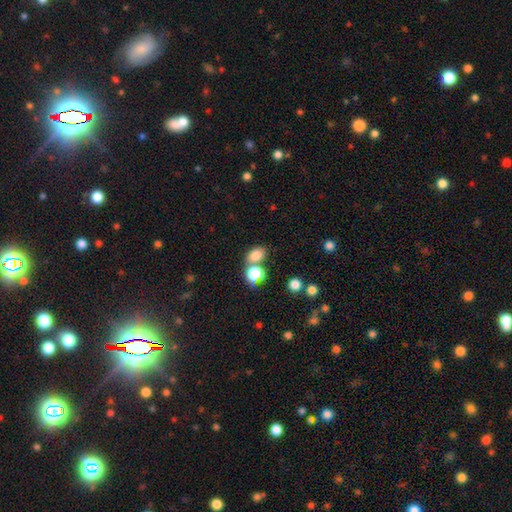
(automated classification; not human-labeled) Q: Smooth or featured?
A: smooth (79%); runner-up: star or artifact (14%)
Q: How rounded?
A: in between (67%); runner-up: round (31%)
Q: Merging?
A: none (54%); runner-up: merger (31%)